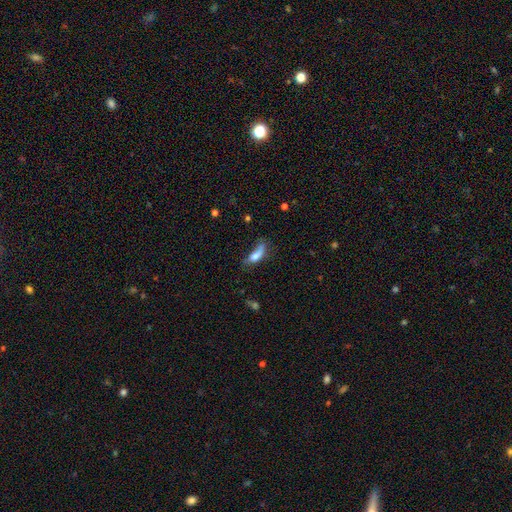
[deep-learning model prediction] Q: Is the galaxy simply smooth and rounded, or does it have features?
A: smooth — 66%.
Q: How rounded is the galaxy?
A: in between — 57%.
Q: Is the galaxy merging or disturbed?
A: none — 34%.